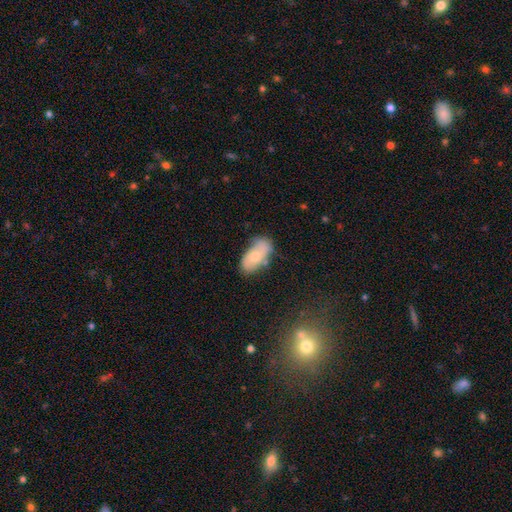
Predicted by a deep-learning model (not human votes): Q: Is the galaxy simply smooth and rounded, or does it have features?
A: smooth — 65%.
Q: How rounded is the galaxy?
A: in between — 91%.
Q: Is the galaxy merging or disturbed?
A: none — 58%.